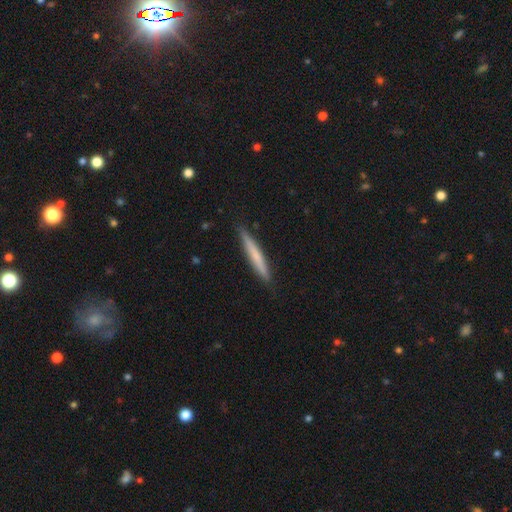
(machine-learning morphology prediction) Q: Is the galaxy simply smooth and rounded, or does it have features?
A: smooth — 63%.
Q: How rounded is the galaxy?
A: cigar-shaped — 96%.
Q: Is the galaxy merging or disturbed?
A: none — 88%.